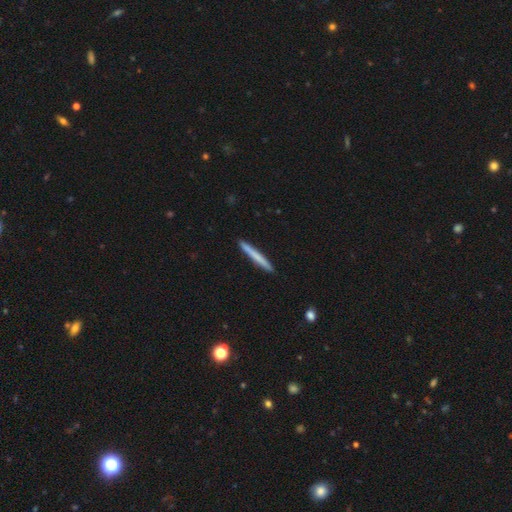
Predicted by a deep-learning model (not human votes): smooth 67%, featured or disk 28%, star or artifact 5%. Down the decision tree: how rounded — cigar-shaped (97%); merging — none (92%).